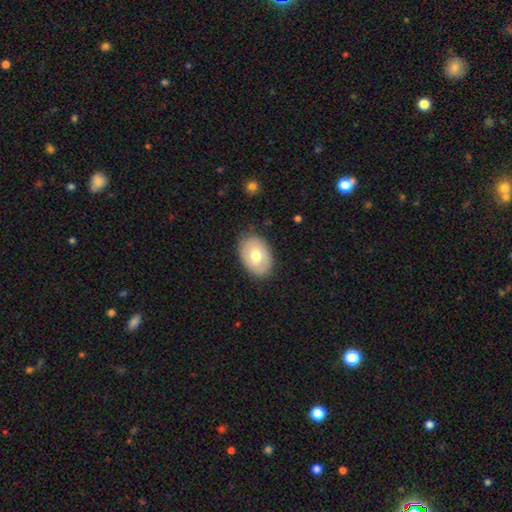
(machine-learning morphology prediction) This is likely a smooth galaxy (64%). How rounded: likely in between (80%). Merging: clearly none (81%).